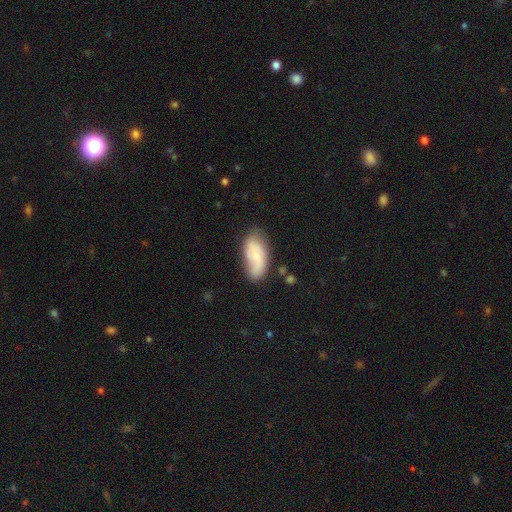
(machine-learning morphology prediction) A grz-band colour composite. It shows a smooth galaxy with no disk features (53%) that is in between round and cigar-shaped (91%). Merging: none (65%).